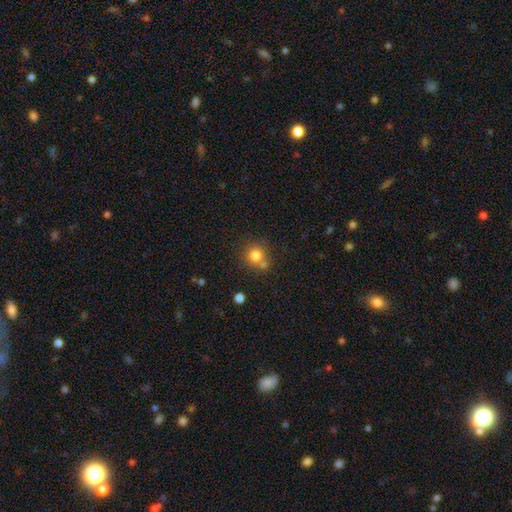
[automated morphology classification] A smooth galaxy with no disk features (79%) that is round (91%).

Vote fractions:
- Smooth or featured? smooth: 79% / star or artifact: 12% / featured or disk: 9%
- How rounded? round: 91% / in between: 9% / cigar-shaped: 1%
- Merging? none: 64% / merger: 23% / minor disturbance: 10% / major disturbance: 3%